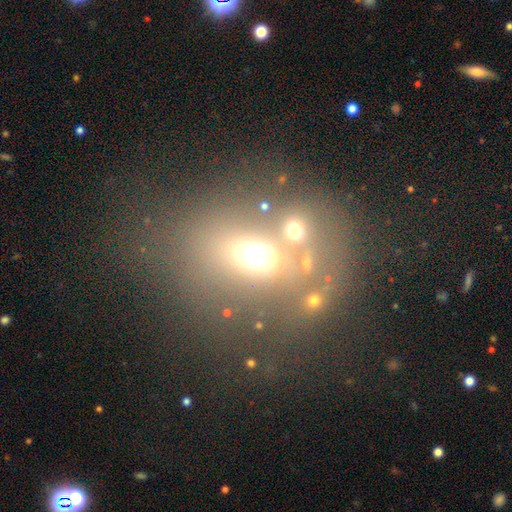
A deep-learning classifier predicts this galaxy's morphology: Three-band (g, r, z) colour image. It shows a smooth galaxy with no disk features (58%) that is in between round and cigar-shaped (62%). Merging: none (43%).